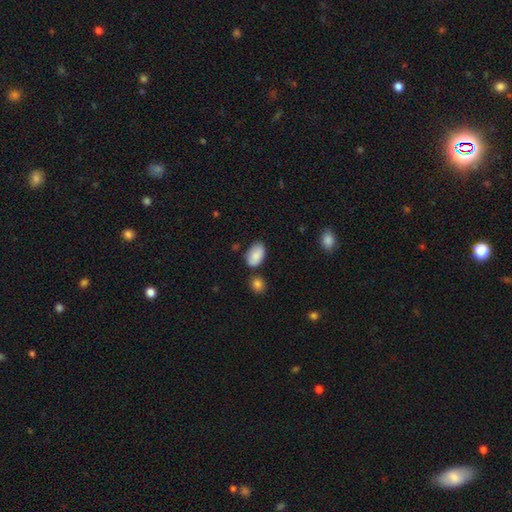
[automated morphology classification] Q: Smooth or featured?
A: smooth (87%); runner-up: star or artifact (7%)
Q: How rounded?
A: in between (93%); runner-up: round (6%)
Q: Merging?
A: none (70%); runner-up: minor disturbance (20%)